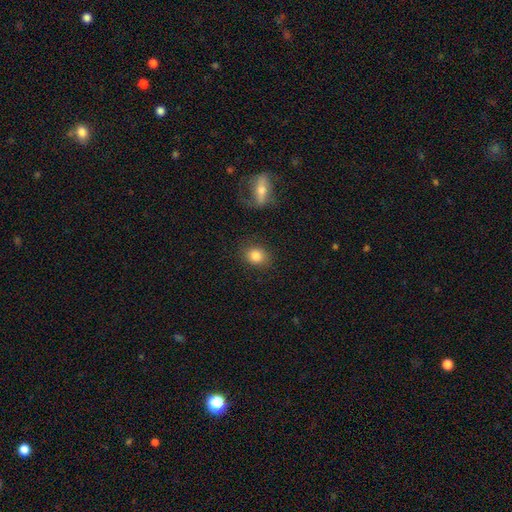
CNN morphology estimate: smooth-or-featured: smooth: 83% | star or artifact: 10% | featured or disk: 7%
  how-rounded: round: 60% | in between: 38% | cigar-shaped: 1%
  merging: none: 82% | minor disturbance: 11% | major disturbance: 4% | merger: 3%